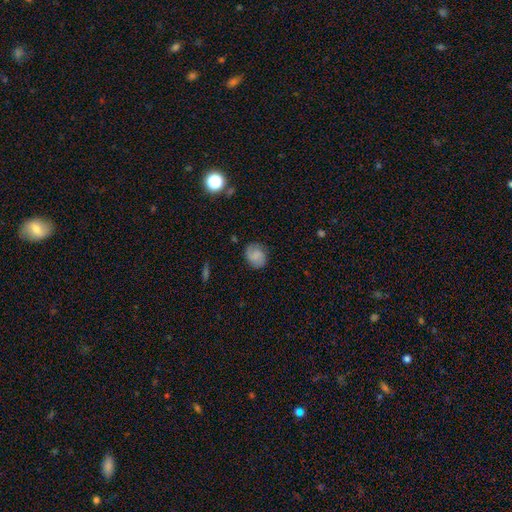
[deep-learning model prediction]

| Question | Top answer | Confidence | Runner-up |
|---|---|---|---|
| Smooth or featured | smooth | 61% | featured or disk (29%) |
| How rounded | round | 64% | in between (35%) |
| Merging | none | 79% | minor disturbance (15%) |